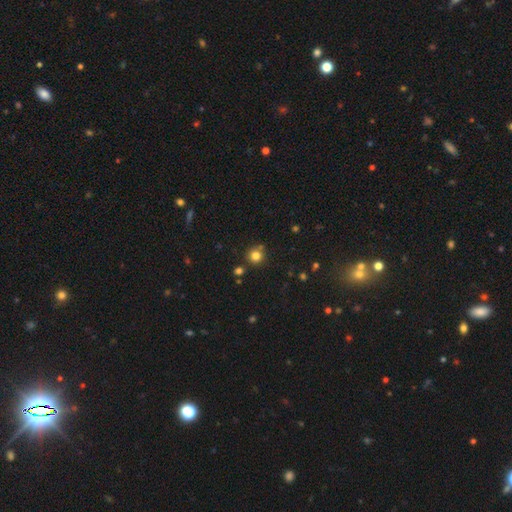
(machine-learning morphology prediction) This is likely a smooth galaxy (80%). How rounded: clearly round (94%). Merging: likely none (80%).